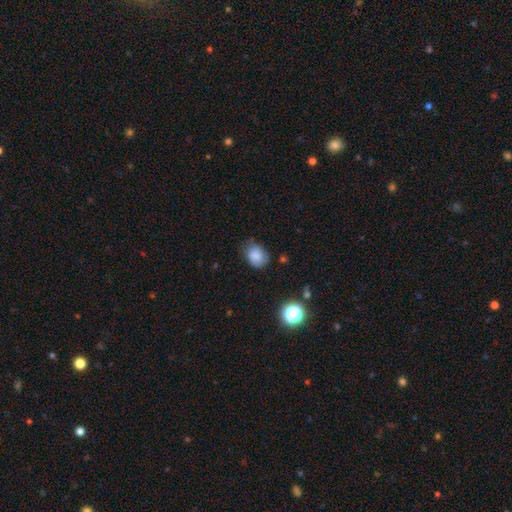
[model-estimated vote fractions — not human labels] Q: Smooth or featured?
A: smooth (83%); runner-up: star or artifact (10%)
Q: How rounded?
A: in between (53%); runner-up: round (46%)
Q: Merging?
A: none (62%); runner-up: minor disturbance (29%)